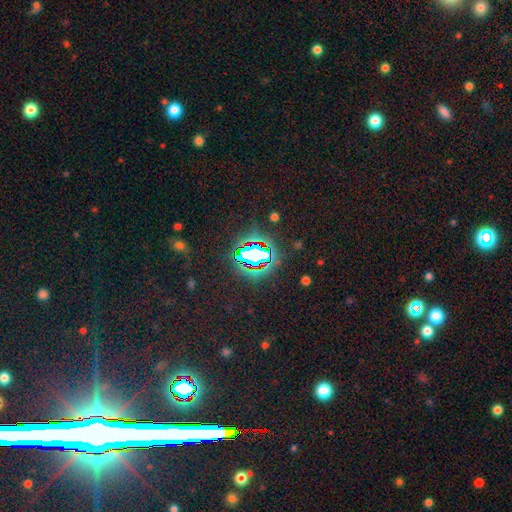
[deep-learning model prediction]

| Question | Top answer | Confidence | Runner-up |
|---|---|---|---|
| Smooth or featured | star or artifact | 74% | smooth (16%) |